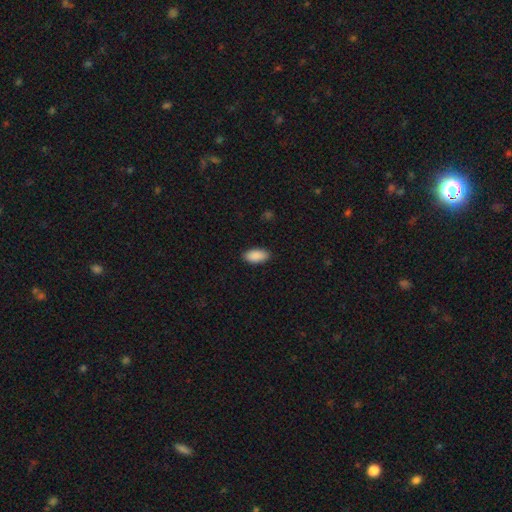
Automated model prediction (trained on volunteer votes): A smooth galaxy with no disk features (91%) that is in between round and cigar-shaped (94%). Merging: none (89%).